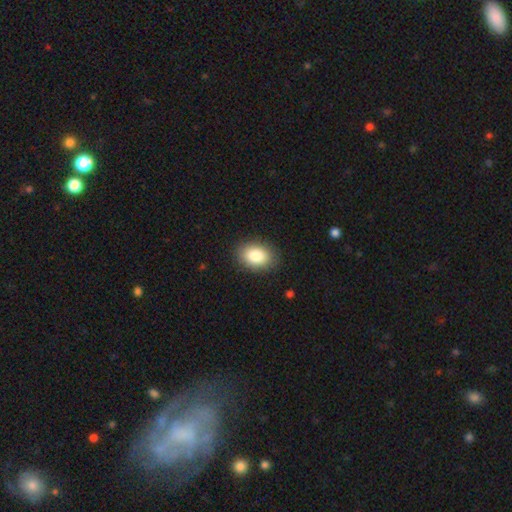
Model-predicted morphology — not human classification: Overall: smooth (85%). How rounded: in between (79%). Merging: none (87%).